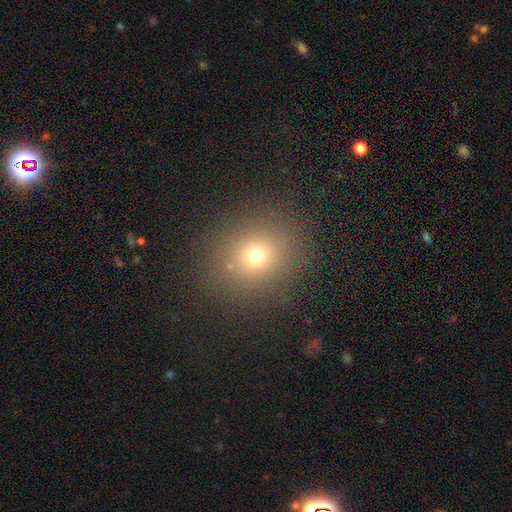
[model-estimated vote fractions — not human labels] Morphology: type=smooth (68%); roundness=round (79%); merging=none (86%).